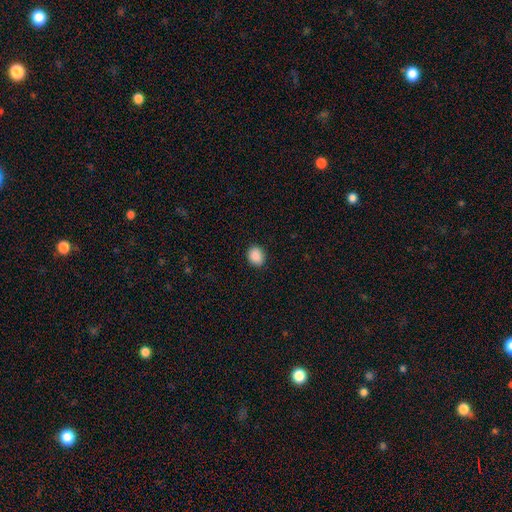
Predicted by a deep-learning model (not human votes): Smooth or featured?
  - smooth: 89% *
  - star or artifact: 8%
  - featured or disk: 3%
How rounded?
  - round: 57% *
  - in between: 43%
  - cigar-shaped: 1%
Merging?
  - none: 89% *
  - minor disturbance: 8%
  - major disturbance: 2%
  - merger: 1%